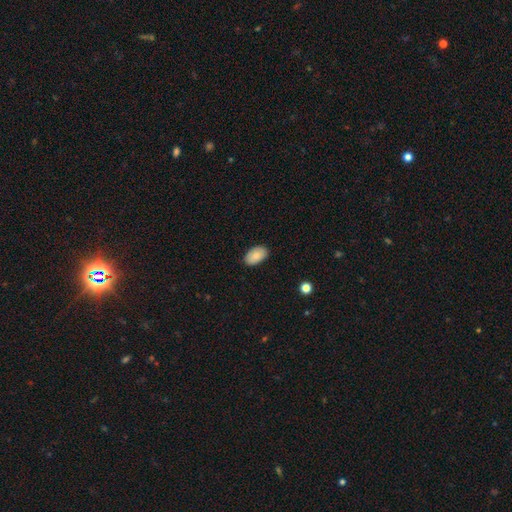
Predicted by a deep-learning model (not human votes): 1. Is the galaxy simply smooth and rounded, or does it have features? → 85% smooth, 8% featured or disk, 7% star or artifact.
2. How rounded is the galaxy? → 93% in between, 5% round, 1% cigar-shaped.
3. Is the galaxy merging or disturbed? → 87% none, 10% minor disturbance, 2% major disturbance, 1% merger.